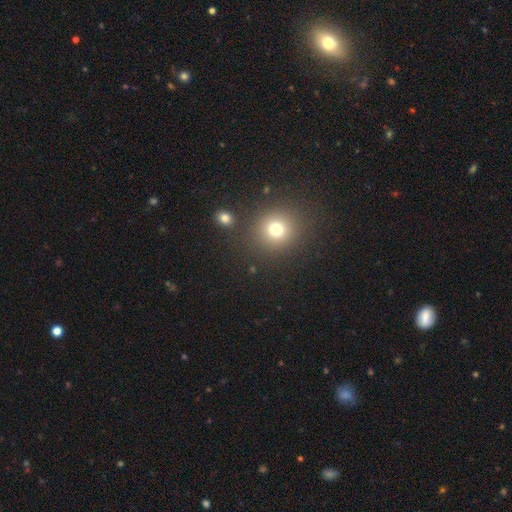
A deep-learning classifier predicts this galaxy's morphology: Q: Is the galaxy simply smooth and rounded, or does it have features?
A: smooth — 60%.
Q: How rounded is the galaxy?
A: round — 87%.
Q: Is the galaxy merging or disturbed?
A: none — 89%.